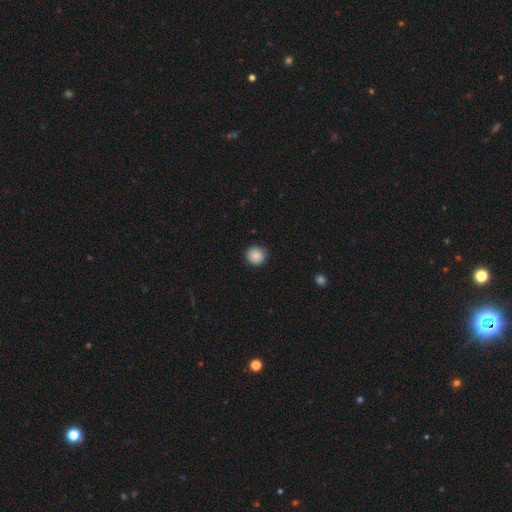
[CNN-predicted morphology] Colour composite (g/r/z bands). It shows a smooth galaxy with no disk features (87%) that is round (92%). Merging: none (89%).